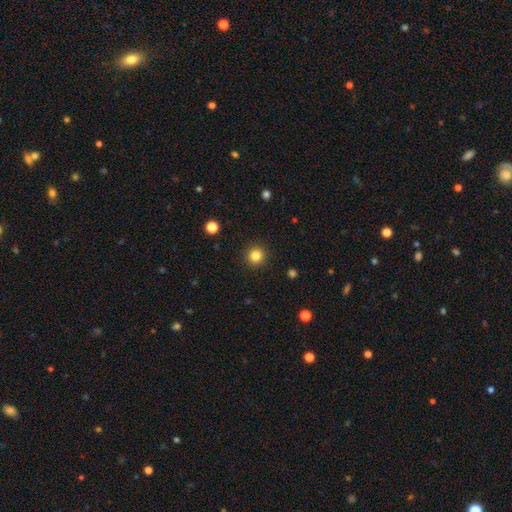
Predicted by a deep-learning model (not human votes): Overall: smooth (83%). How rounded: round (95%). Merging: none (92%).